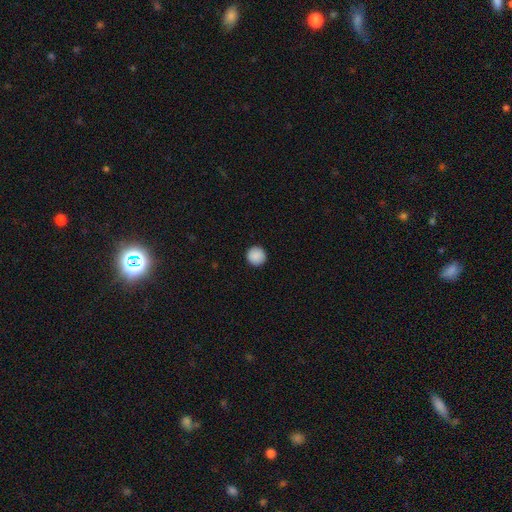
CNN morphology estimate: type=smooth (90%); roundness=round (96%); merging=none (93%).